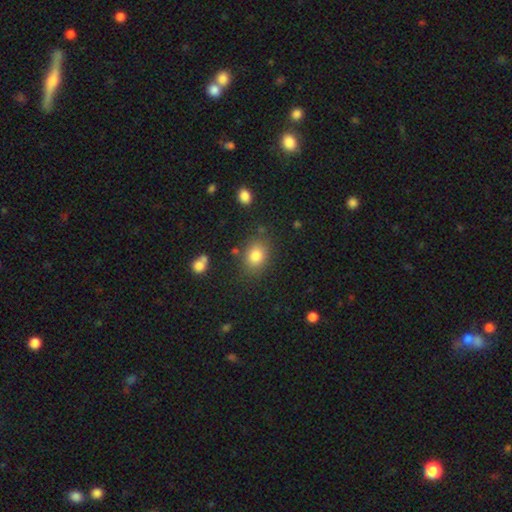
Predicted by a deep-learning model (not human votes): A smooth galaxy with no disk features (82%) that is in between round and cigar-shaped (59%).

Vote fractions:
- Smooth or featured? smooth: 82% / star or artifact: 10% / featured or disk: 8%
- How rounded? in between: 59% / round: 40% / cigar-shaped: 1%
- Merging? none: 79% / minor disturbance: 13% / merger: 4% / major disturbance: 4%